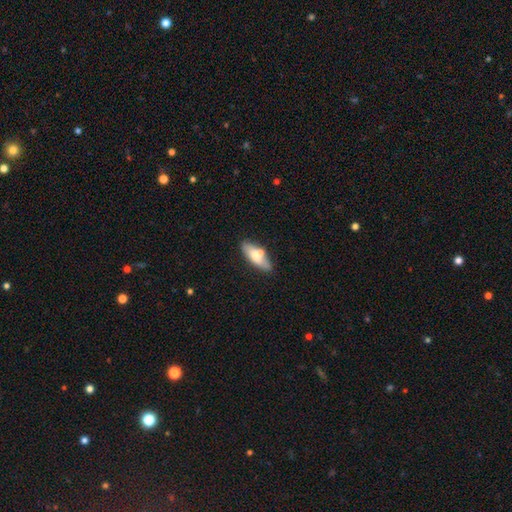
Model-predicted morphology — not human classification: smooth-or-featured: smooth: 66% | featured or disk: 28% | star or artifact: 6%
  how-rounded: in between: 66% | cigar-shaped: 31% | round: 3%
  merging: none: 67% | minor disturbance: 17% | merger: 12% | major disturbance: 4%